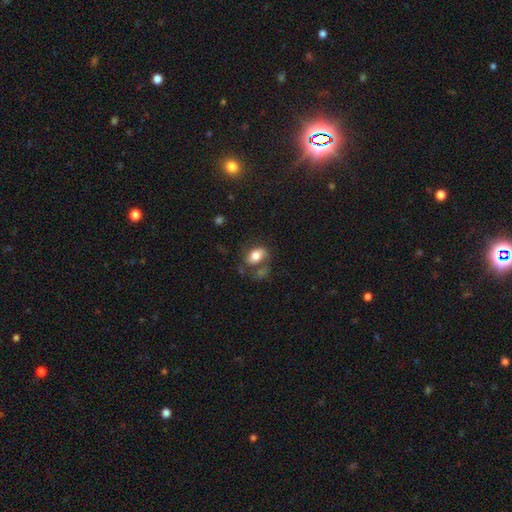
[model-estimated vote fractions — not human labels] Smooth or featured: smooth — 71% (featured or disk — 21%)
How rounded: in between — 85% (round — 13%)
Merging: none — 47% (minor disturbance — 21%)